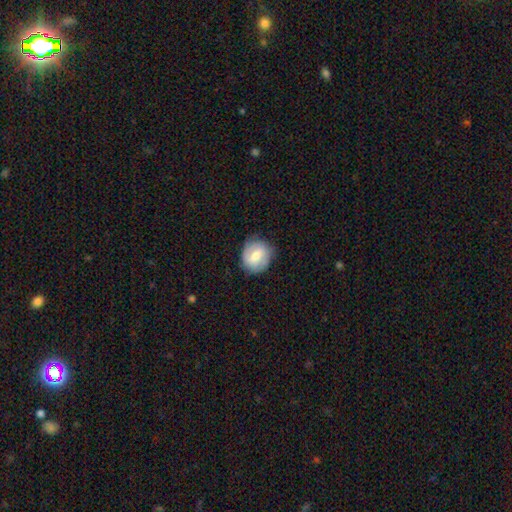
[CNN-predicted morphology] Smooth or featured?
  - smooth: 63% *
  - featured or disk: 31%
  - star or artifact: 7%
How rounded?
  - round: 75% *
  - in between: 24%
  - cigar-shaped: 1%
Merging?
  - none: 76% *
  - minor disturbance: 18%
  - major disturbance: 4%
  - merger: 1%